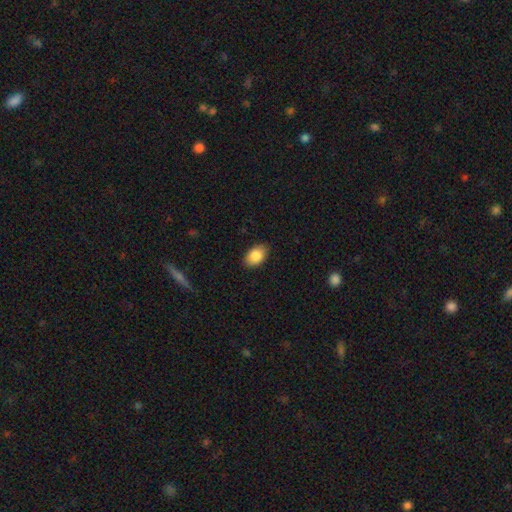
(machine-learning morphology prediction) Smooth or featured: smooth — 86% (featured or disk — 7%)
How rounded: in between — 87% (round — 12%)
Merging: none — 88% (minor disturbance — 10%)